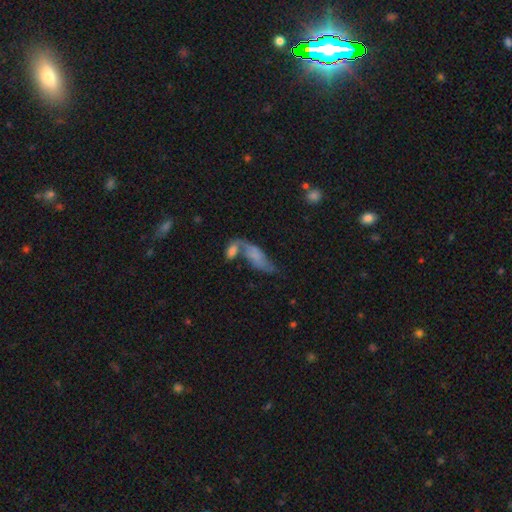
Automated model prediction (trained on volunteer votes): smooth 49%, featured or disk 41%, star or artifact 9%. Down the decision tree: merging — merger (41%).